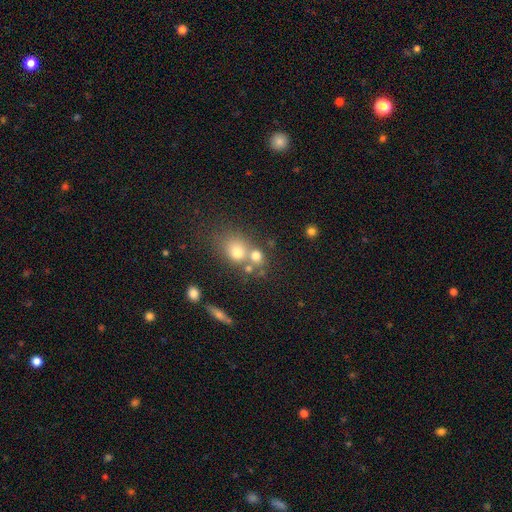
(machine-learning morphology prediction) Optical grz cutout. It shows a smooth galaxy with no disk features (71%) that is round (72%). Merging: merger (44%).